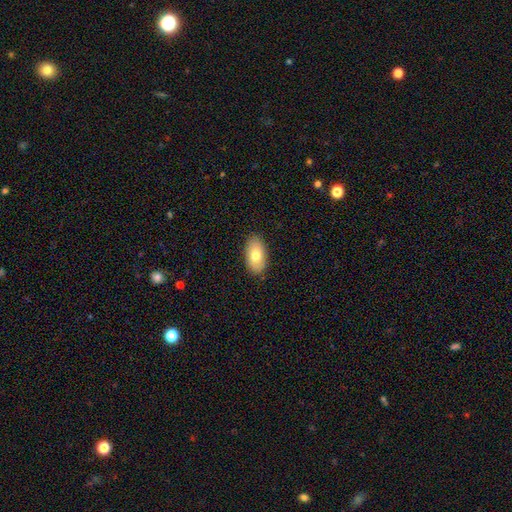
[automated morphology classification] This appears to be a smooth galaxy with no disk features (74%) that is in between round and cigar-shaped (93%). Merging: none (87%).